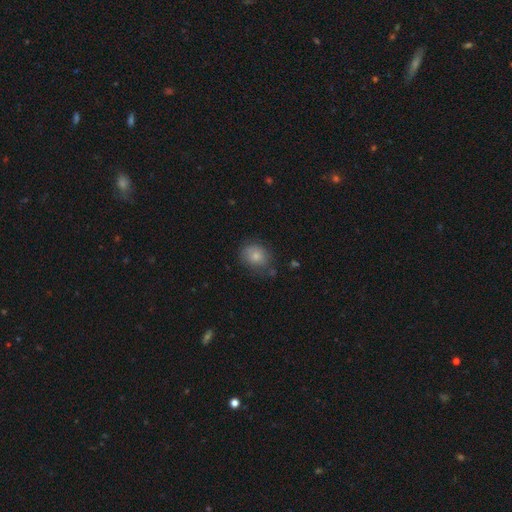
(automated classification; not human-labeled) Smooth or featured? smooth (79%)
How rounded? round (56%)
Merging? none (66%)